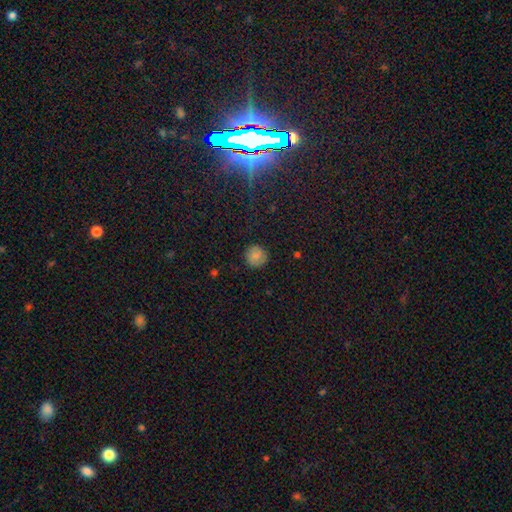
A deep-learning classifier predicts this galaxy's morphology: The model was most divided on "smooth or featured": smooth: 80%, featured or disk: 11%, star or artifact: 9%. More confident: how rounded — round (93%); merging — none (88%).